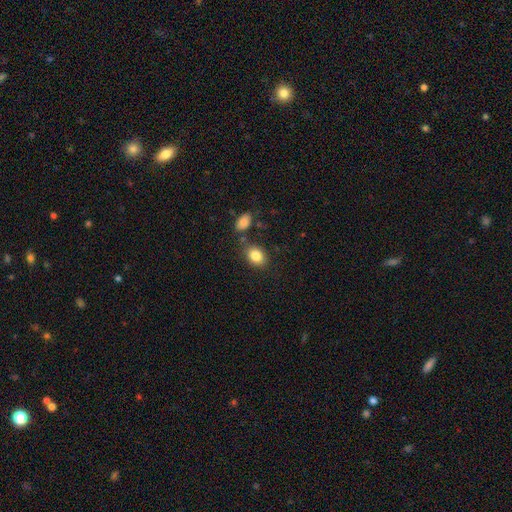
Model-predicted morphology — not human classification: The model was most divided on "how rounded": in between: 74%, round: 25%, cigar-shaped: 1%. More confident: smooth or featured — smooth (85%); merging — none (75%).